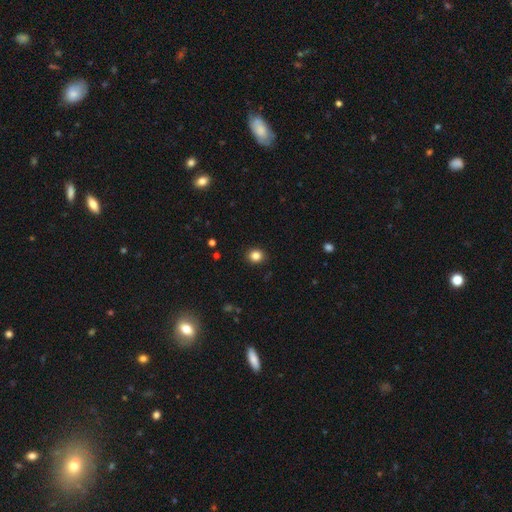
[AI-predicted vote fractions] Overall: smooth (84%). How rounded: round (82%). Merging: none (91%).